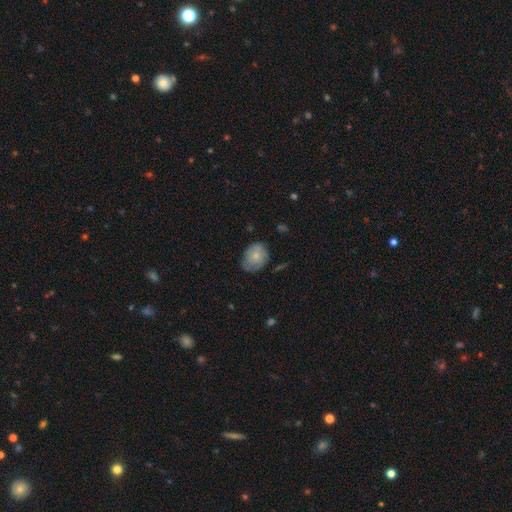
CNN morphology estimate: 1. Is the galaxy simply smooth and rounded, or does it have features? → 72% smooth, 21% featured or disk, 7% star or artifact.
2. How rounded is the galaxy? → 51% in between, 48% round, 1% cigar-shaped.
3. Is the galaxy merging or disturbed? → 63% none, 29% minor disturbance, 6% major disturbance, 2% merger.